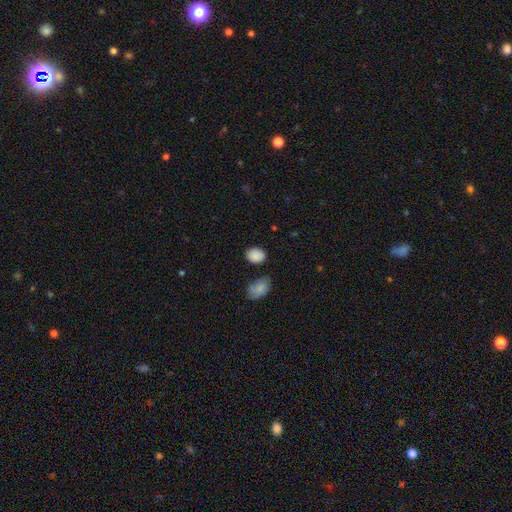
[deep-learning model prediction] This appears to be a smooth galaxy with no disk features (87%) that is in between round and cigar-shaped (60%). Merging: none (76%).